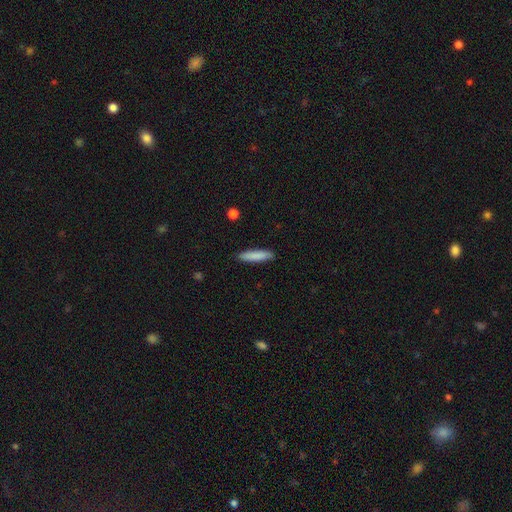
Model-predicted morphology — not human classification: This appears to be a smooth galaxy with no disk features (84%) that is cigar-shaped (85%). Merging: none (89%).